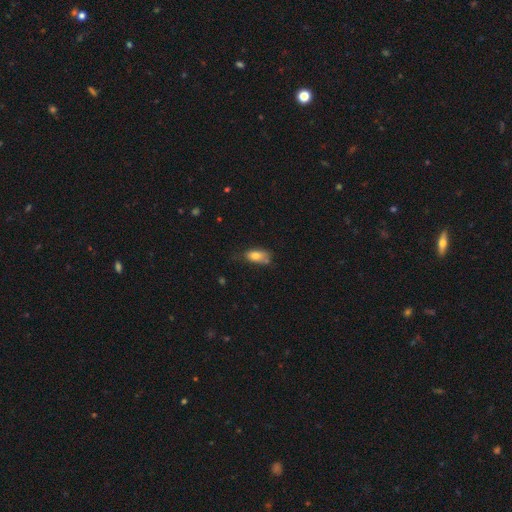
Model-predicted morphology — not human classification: This is likely a smooth galaxy (79%). How rounded: clearly in between (87%). Merging: possibly none (50%).